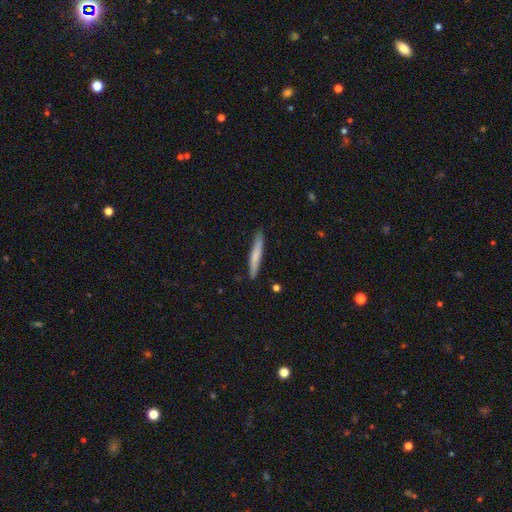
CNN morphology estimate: smooth-or-featured: smooth: 66% | featured or disk: 28% | star or artifact: 6%
  how-rounded: cigar-shaped: 95% | in between: 4% | round: 1%
  merging: none: 87% | minor disturbance: 10% | major disturbance: 2% | merger: 1%